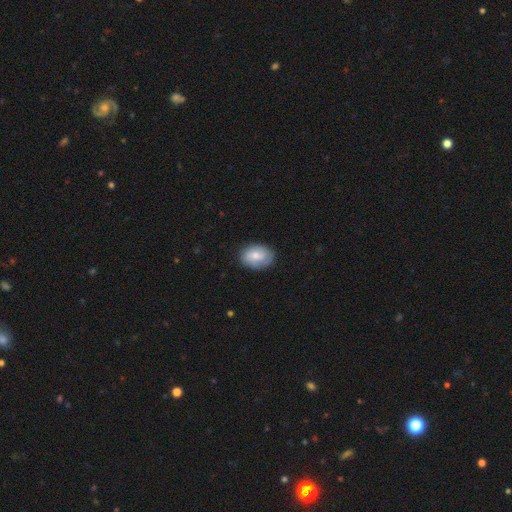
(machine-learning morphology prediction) smooth-or-featured: smooth: 70% | featured or disk: 24% | star or artifact: 7%
  how-rounded: in between: 74% | round: 25% | cigar-shaped: 1%
  merging: none: 80% | minor disturbance: 15% | major disturbance: 3% | merger: 1%